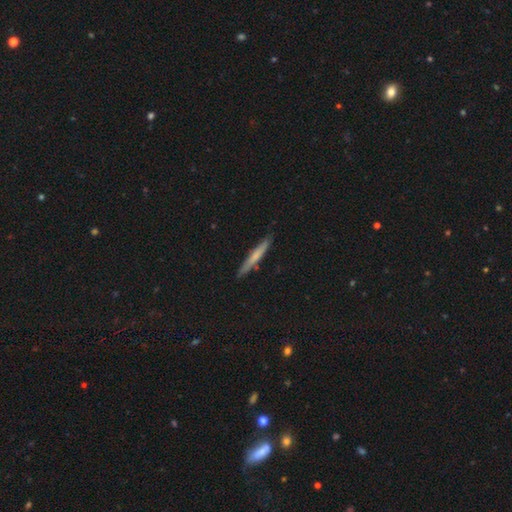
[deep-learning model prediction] A smooth galaxy with no disk features (60%) that is cigar-shaped (95%).

Vote fractions:
- Smooth or featured? smooth: 60% / featured or disk: 34% / star or artifact: 6%
- How rounded? cigar-shaped: 95% / in between: 3% / round: 1%
- Merging? none: 88% / minor disturbance: 9% / major disturbance: 2% / merger: 1%